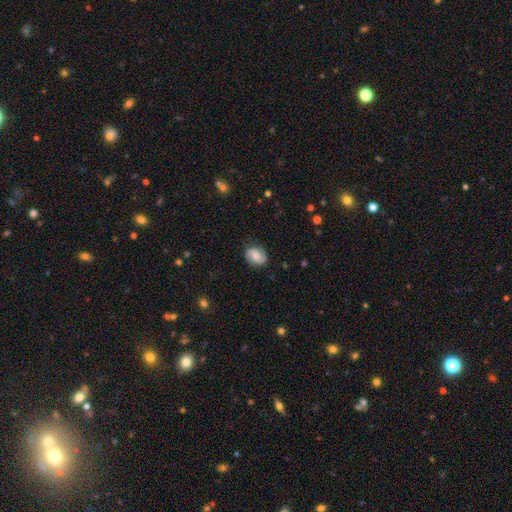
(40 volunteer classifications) A featured or disk galaxy (48%) with no bar (72%), 2 (100%) loose (41%) spiral arms (94%) and a moderate central bulge (61%).

Vote fractions:
- Smooth or featured? featured or disk: 48% / smooth: 40% / star or artifact: 12%
- Edge-on disk? no: 95% / yes: 5%
- Bar? no: 72% / weak: 17% / strong: 11%
- Spiral arms? yes: 94% / no: 6%
- Spiral winding? loose: 41% / tight: 29% / medium: 29%
- Spiral arm count? 2: 100% / 1: 0% / 3: 0% / 4: 0% / more than 4: 0% / can't tell: 0%
- Bulge size? moderate: 61% / small: 17% / none: 11% / dominant: 6% / large: 6%
- Merging? none: 77% / minor disturbance: 17% / major disturbance: 6% / merger: 0%